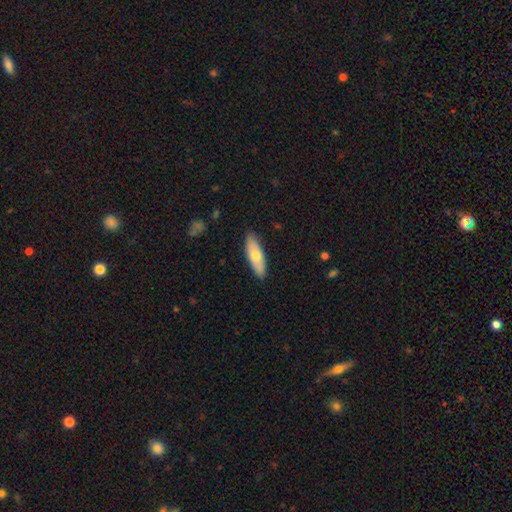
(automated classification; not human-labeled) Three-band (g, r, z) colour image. It shows a smooth galaxy with no disk features (65%) that is in between round and cigar-shaped (56%). Merging: none (87%).